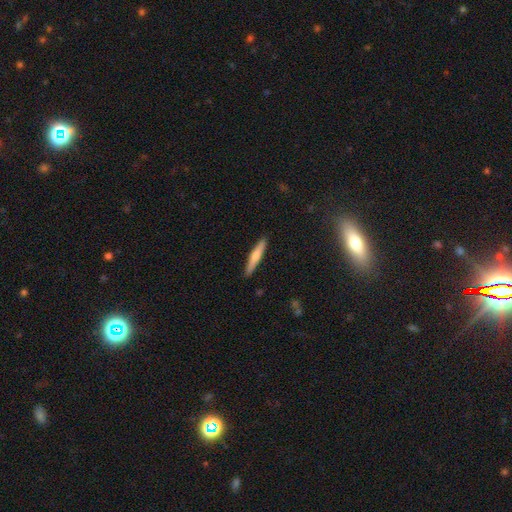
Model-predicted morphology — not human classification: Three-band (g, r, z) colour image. It shows a smooth galaxy with no disk features (59%) that is cigar-shaped (93%). Merging: none (91%).